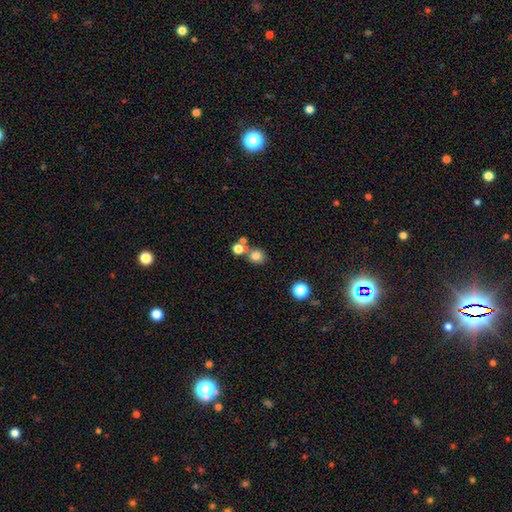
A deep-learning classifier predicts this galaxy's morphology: type=smooth (78%); roundness=round (82%); merging=none (60%).